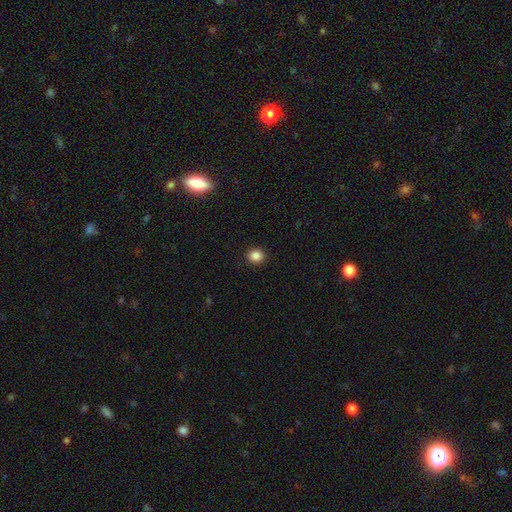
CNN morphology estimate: This is clearly a smooth galaxy (86%). How rounded: likely round (79%). Merging: clearly none (92%).